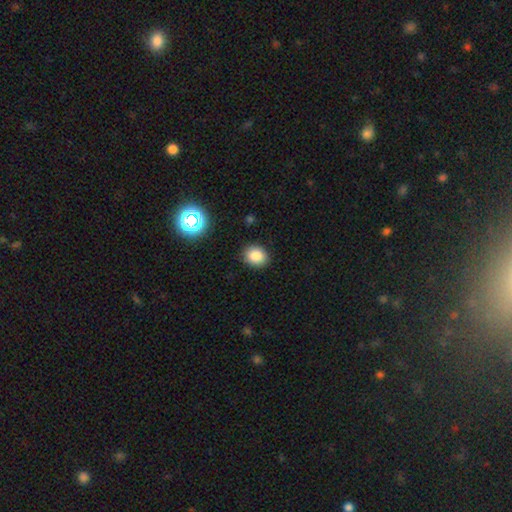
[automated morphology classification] Smooth or featured?
  - smooth: 83% *
  - star or artifact: 12%
  - featured or disk: 6%
How rounded?
  - round: 62% *
  - in between: 37%
  - cigar-shaped: 1%
Merging?
  - none: 88% *
  - minor disturbance: 8%
  - major disturbance: 2%
  - merger: 1%